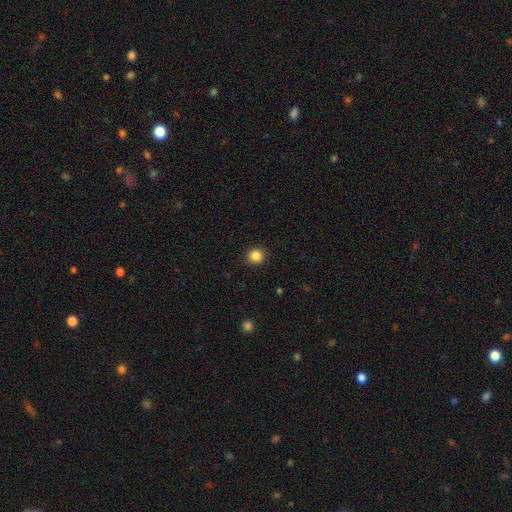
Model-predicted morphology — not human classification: A smooth galaxy with no disk features (86%) that is round (90%). Merging: none (91%).